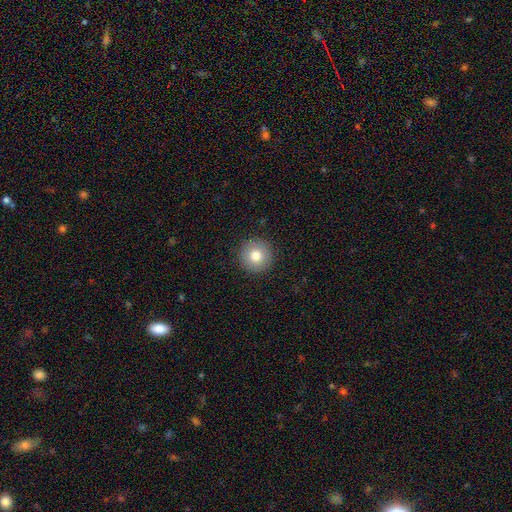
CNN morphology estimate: smooth_or_featured: smooth (p=0.79) [alt: featured or disk p=0.11]
how_rounded: round (p=0.96) [alt: in between p=0.03]
merging: none (p=0.92) [alt: minor disturbance p=0.05]